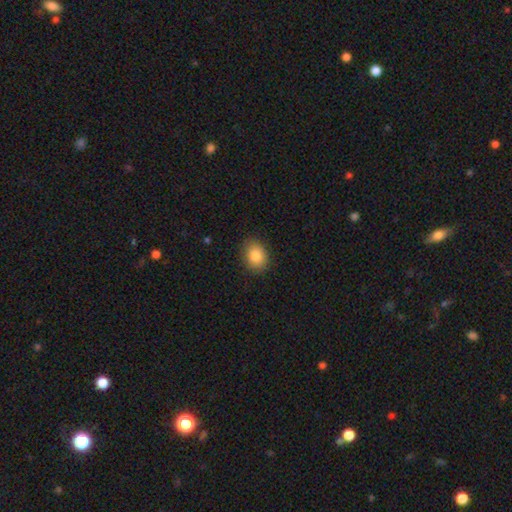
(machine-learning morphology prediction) The model was most divided on "how rounded": in between: 59%, round: 40%, cigar-shaped: 1%. More confident: merging — none (87%); smooth or featured — smooth (86%).